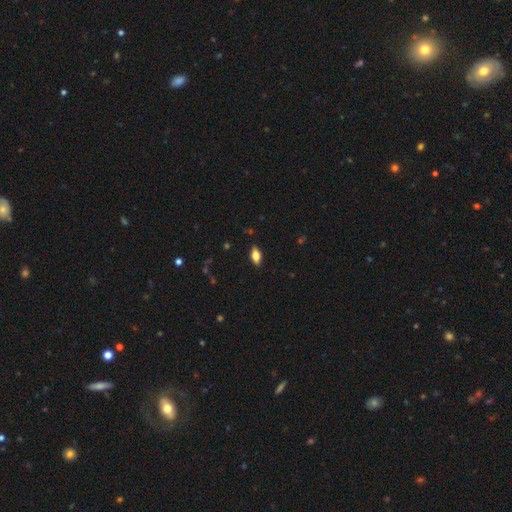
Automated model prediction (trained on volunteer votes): Smooth or featured: smooth — 70% (featured or disk — 21%)
How rounded: in between — 85% (cigar-shaped — 11%)
Merging: none — 87% (minor disturbance — 10%)